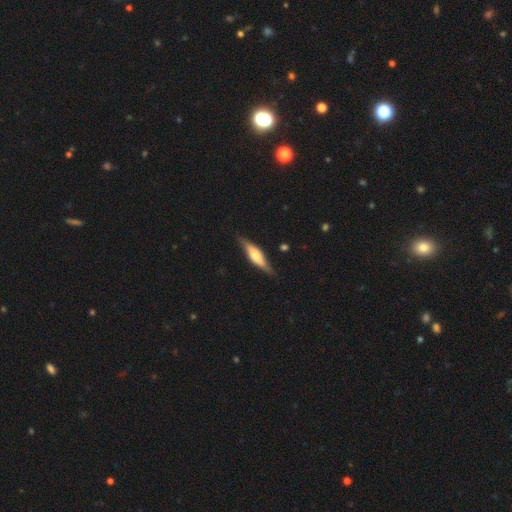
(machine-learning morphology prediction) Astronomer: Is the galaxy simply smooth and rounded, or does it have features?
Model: featured or disk — 56% (runner-up: smooth, 38%).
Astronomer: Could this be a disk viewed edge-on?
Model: yes — 89%.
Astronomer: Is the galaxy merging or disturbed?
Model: none — 82%.